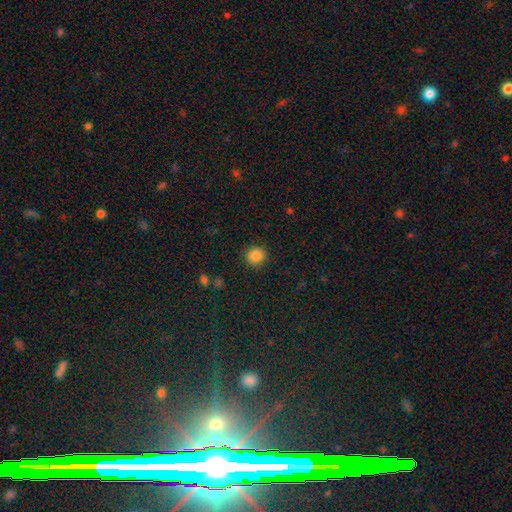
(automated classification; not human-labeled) Smooth or featured: smooth — 86% (star or artifact — 11%)
How rounded: round — 89% (in between — 10%)
Merging: none — 90% (minor disturbance — 6%)